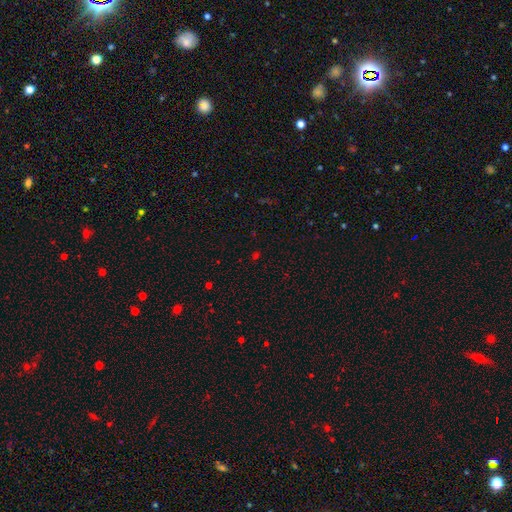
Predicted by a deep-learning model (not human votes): This is possibly a star or artifact rather than a galaxy (54%).